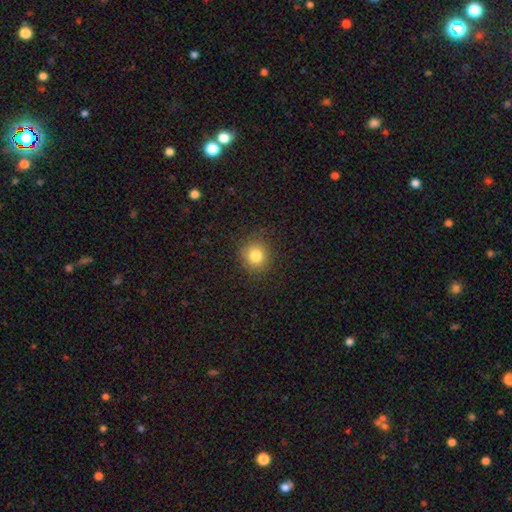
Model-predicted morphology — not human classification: smooth 81%, star or artifact 12%, featured or disk 7%. Down the decision tree: how rounded — round (89%); merging — none (87%).